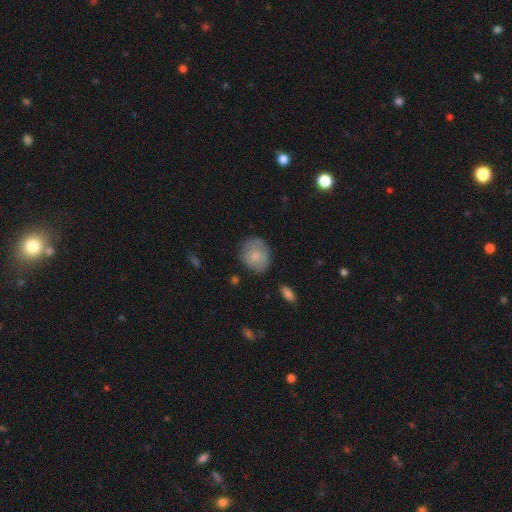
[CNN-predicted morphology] smooth-or-featured: smooth: 76% | featured or disk: 17% | star or artifact: 7%
  how-rounded: round: 67% | in between: 32% | cigar-shaped: 1%
  merging: none: 71% | minor disturbance: 22% | major disturbance: 5% | merger: 2%